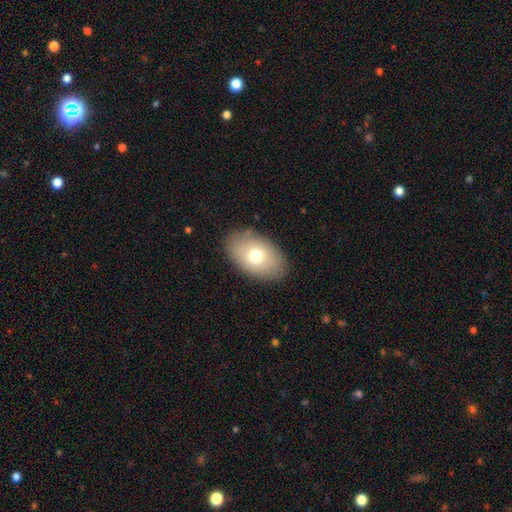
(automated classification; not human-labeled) Smooth or featured? smooth (71%)
How rounded? in between (89%)
Merging? none (85%)